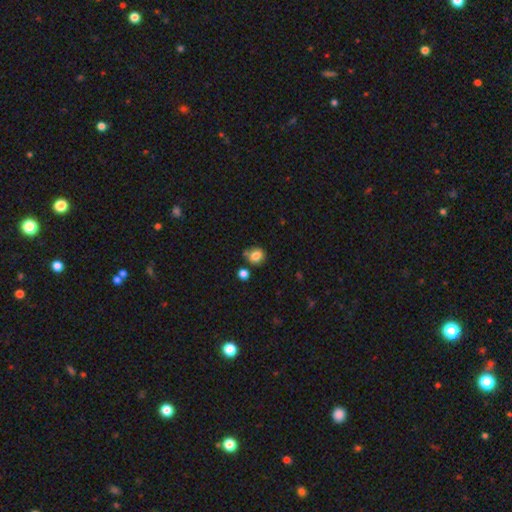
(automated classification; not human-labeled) This appears to be a smooth galaxy with no disk features (82%) that is round (78%). Merging: none (70%).